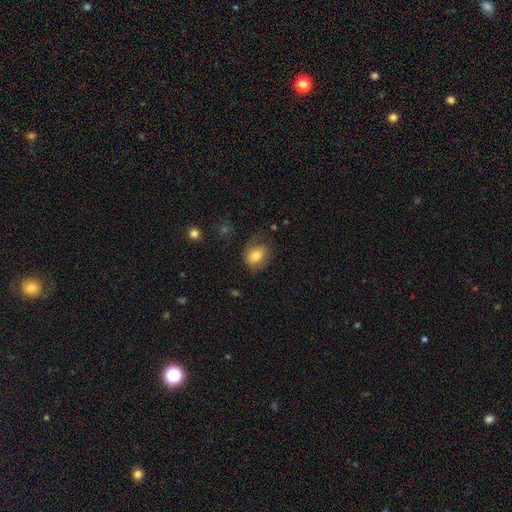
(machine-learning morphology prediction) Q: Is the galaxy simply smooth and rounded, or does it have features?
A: smooth — 74%.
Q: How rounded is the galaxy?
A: in between — 54%.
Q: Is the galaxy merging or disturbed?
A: none — 61%.